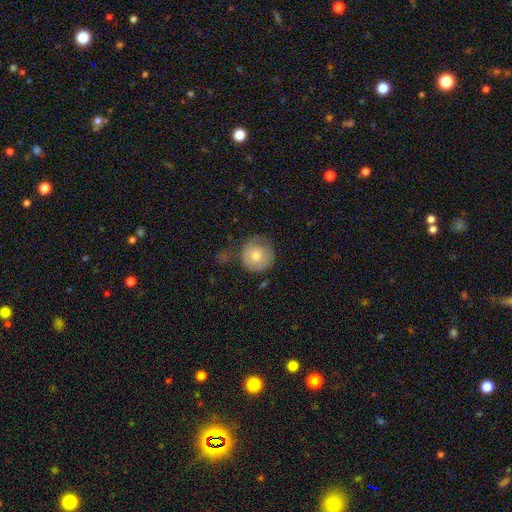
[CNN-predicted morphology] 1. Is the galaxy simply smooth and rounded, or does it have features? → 71% smooth, 21% featured or disk, 8% star or artifact.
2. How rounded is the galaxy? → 93% round, 6% in between, 1% cigar-shaped.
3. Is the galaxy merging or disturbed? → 64% none, 24% minor disturbance, 8% major disturbance, 4% merger.